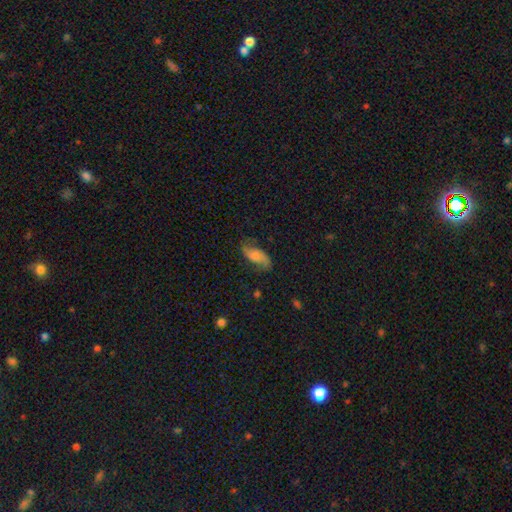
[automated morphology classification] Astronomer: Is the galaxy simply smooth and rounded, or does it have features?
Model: featured or disk — 51% (runner-up: smooth, 41%).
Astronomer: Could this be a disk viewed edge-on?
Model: no — 93%.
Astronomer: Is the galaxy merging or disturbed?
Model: none — 68%.